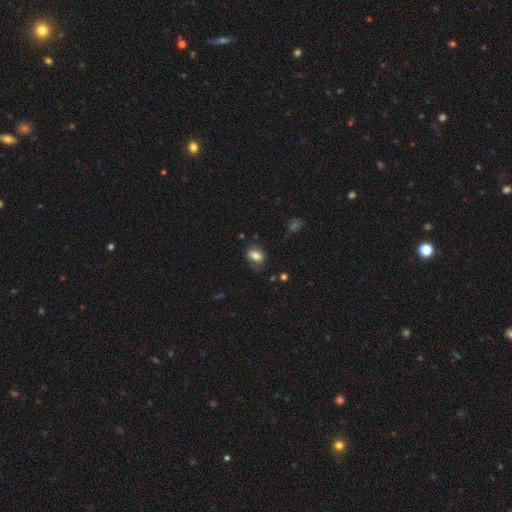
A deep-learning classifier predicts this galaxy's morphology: This is likely a smooth galaxy (74%). How rounded: likely in between (67%). Merging: likely none (62%).